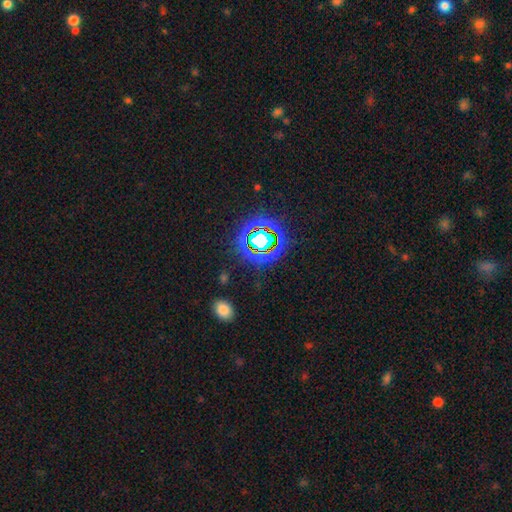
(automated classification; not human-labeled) Q: Smooth or featured?
A: star or artifact (76%); runner-up: smooth (16%)